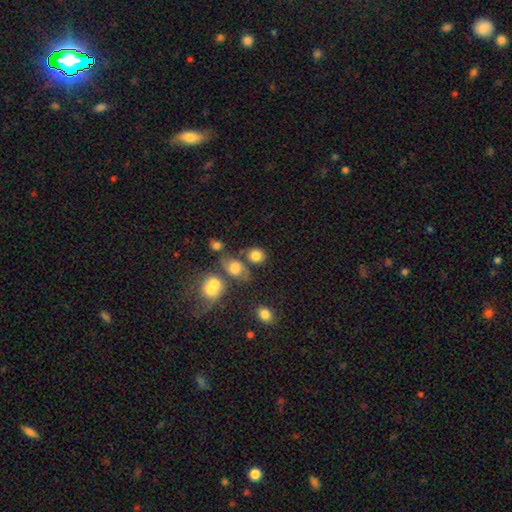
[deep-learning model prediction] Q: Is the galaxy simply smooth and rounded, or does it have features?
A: smooth — 80%.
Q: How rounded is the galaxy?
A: round — 71%.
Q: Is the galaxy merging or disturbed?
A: none — 66%.